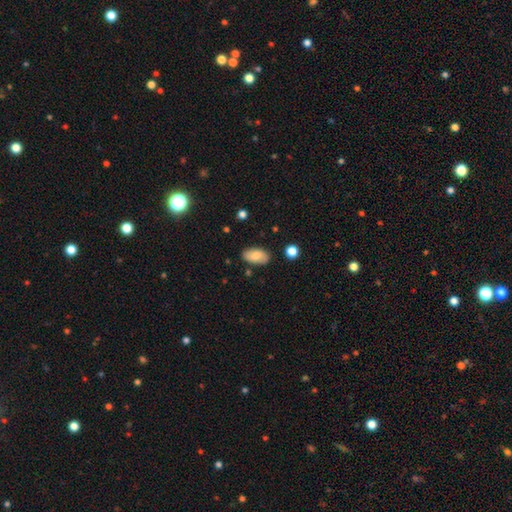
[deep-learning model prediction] Overall: smooth (77%). How rounded: in between (94%). Merging: none (82%).